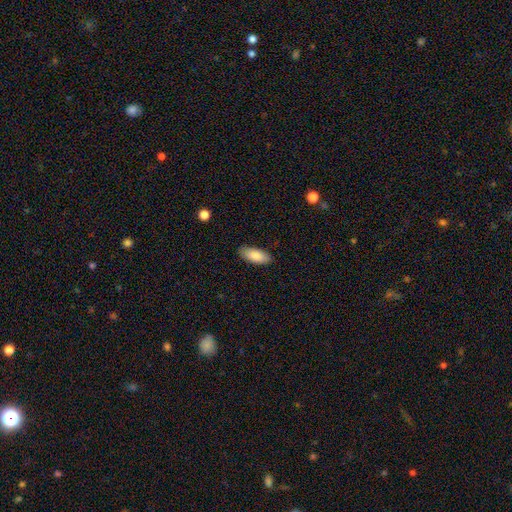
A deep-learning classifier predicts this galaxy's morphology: Overall: smooth (83%). How rounded: in between (86%). Merging: none (87%).